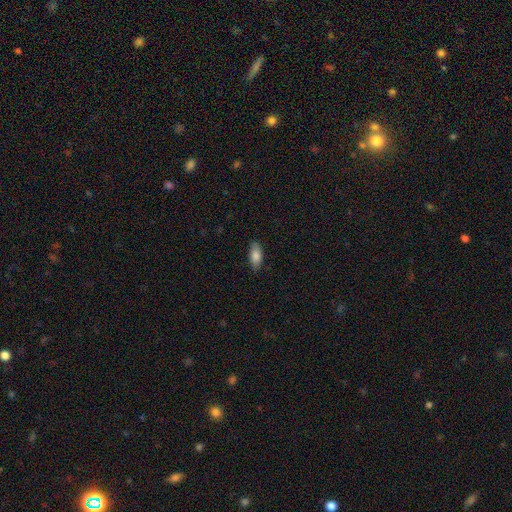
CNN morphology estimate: smooth 84%, featured or disk 10%, star or artifact 7%. Down the decision tree: how rounded — in between (85%); merging — none (83%).